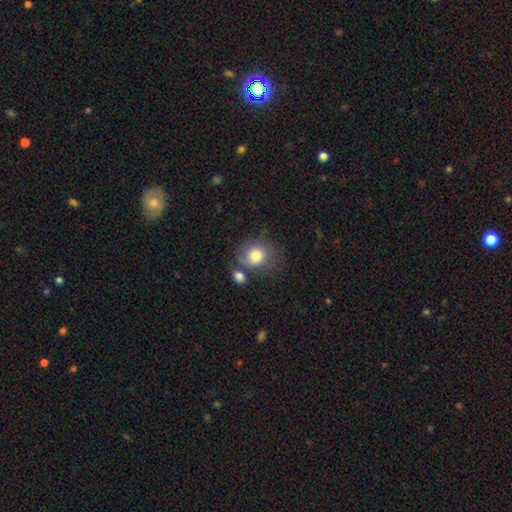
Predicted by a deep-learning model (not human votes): This appears to be a smooth galaxy with no disk features (78%) that is round (68%). Merging: none (48%).